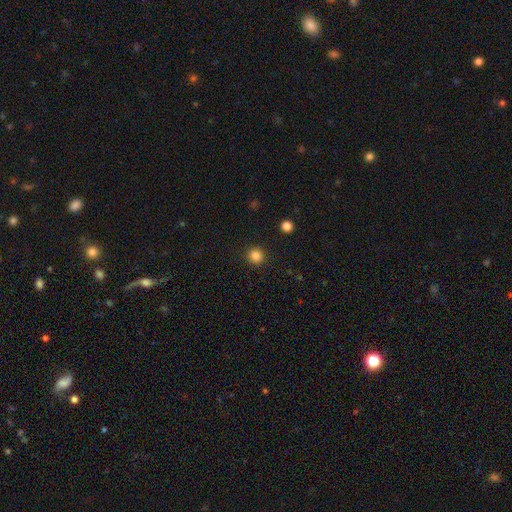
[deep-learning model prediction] This appears to be a smooth galaxy with no disk features (84%) that is round (94%). Merging: none (92%).